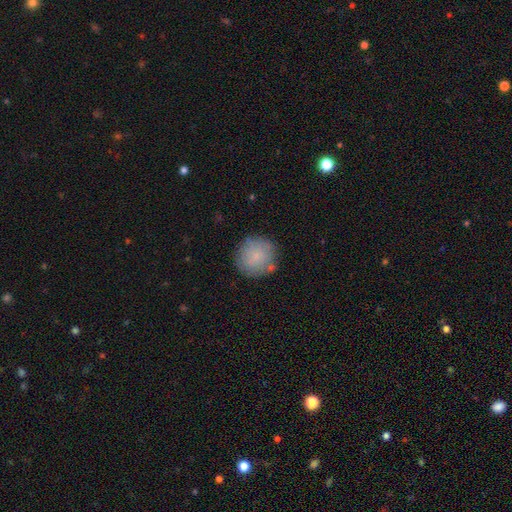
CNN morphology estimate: Q: Smooth or featured?
A: smooth (80%); runner-up: featured or disk (13%)
Q: How rounded?
A: round (93%); runner-up: in between (6%)
Q: Merging?
A: none (78%); runner-up: minor disturbance (14%)